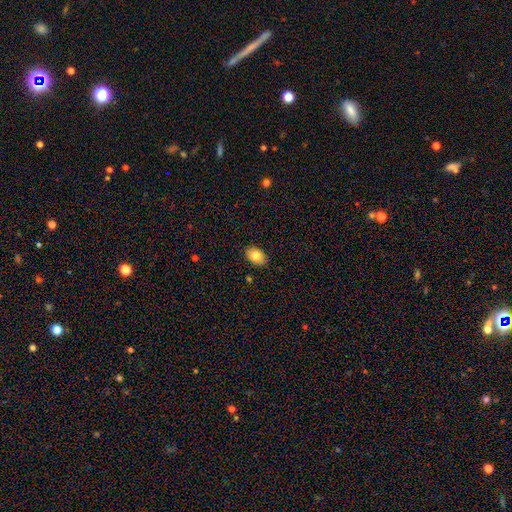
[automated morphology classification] Smooth or featured: smooth — 81% (featured or disk — 11%)
How rounded: in between — 85% (round — 14%)
Merging: none — 87% (minor disturbance — 10%)